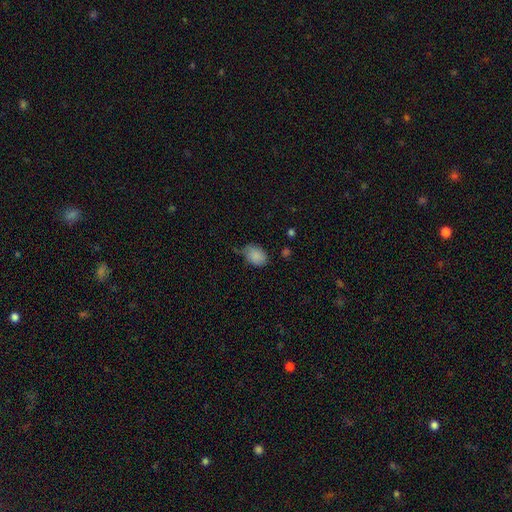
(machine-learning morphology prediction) type=smooth (87%); roundness=in between (75%); merging=none (56%).